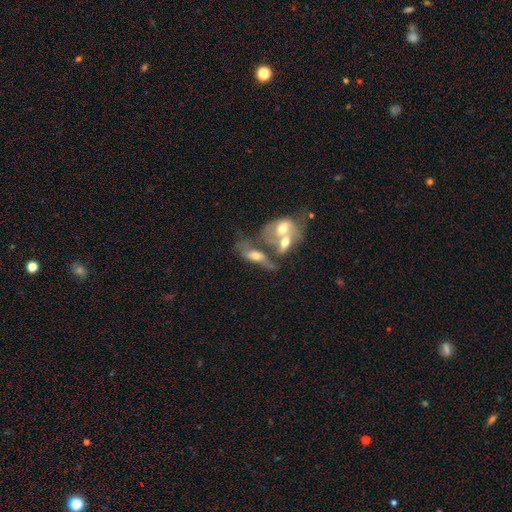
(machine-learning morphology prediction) Smooth or featured: featured or disk — 48% (smooth — 43%)
Merging: merger — 59% (none — 17%)